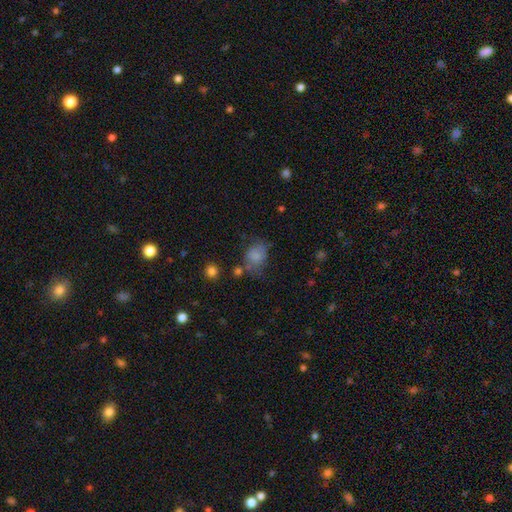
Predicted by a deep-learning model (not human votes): smooth-or-featured: smooth: 75% | featured or disk: 14% | star or artifact: 11%
  how-rounded: in between: 56% | round: 43% | cigar-shaped: 1%
  merging: none: 49% | minor disturbance: 29% | major disturbance: 15% | merger: 7%